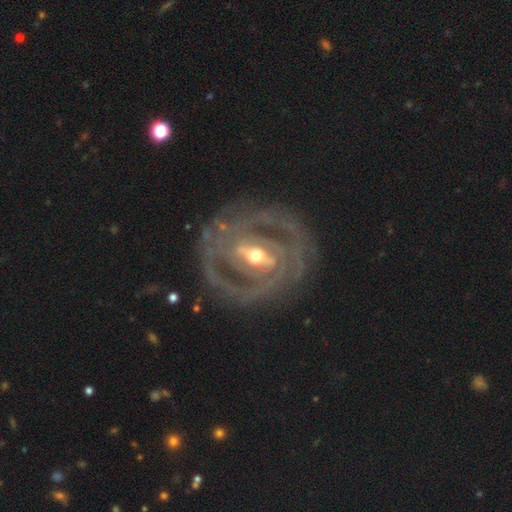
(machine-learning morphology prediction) Q: Smooth or featured?
A: featured or disk (91%); runner-up: smooth (5%)
Q: Edge-on disk?
A: no (96%); runner-up: yes (4%)
Q: Bar?
A: strong (62%); runner-up: weak (27%)
Q: Spiral arms?
A: yes (95%); runner-up: no (5%)
Q: Spiral winding?
A: tight (64%); runner-up: medium (28%)
Q: Spiral arm count?
A: 2 (44%); runner-up: can't tell (18%)
Q: Bulge size?
A: moderate (64%); runner-up: small (28%)
Q: Merging?
A: none (77%); runner-up: minor disturbance (14%)